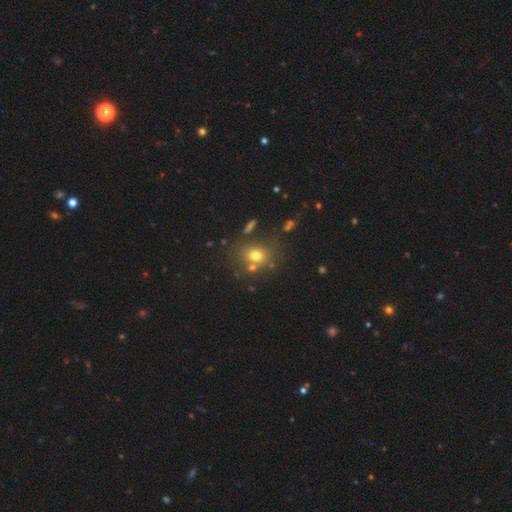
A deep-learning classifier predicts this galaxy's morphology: smooth-or-featured: smooth: 70% | star or artifact: 16% | featured or disk: 13%
  how-rounded: round: 62% | in between: 36% | cigar-shaped: 1%
  merging: none: 68% | merger: 14% | minor disturbance: 13% | major disturbance: 6%